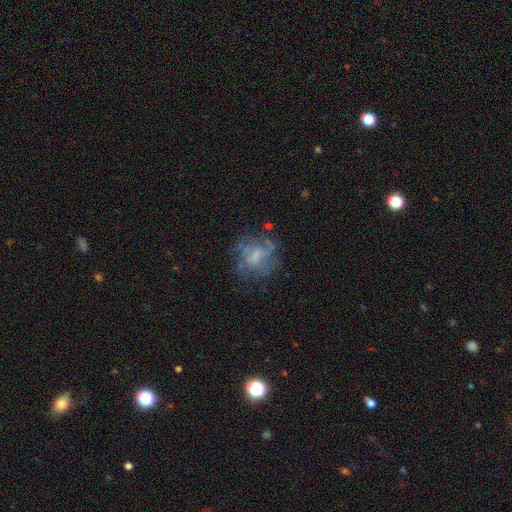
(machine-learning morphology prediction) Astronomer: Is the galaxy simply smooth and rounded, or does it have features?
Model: featured or disk — 61%.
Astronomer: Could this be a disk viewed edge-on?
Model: no — 97%.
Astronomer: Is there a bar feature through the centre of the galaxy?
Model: no — 60%.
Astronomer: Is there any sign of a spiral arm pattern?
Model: no — 53% (runner-up: yes, 47%).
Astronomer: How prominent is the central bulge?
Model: small — 36% (runner-up: moderate, 32%).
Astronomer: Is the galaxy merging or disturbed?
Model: none — 53%.